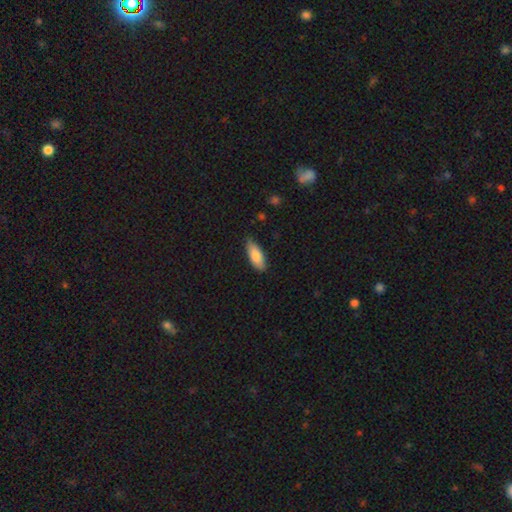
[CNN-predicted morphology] Q: Smooth or featured?
A: smooth (83%); runner-up: featured or disk (11%)
Q: How rounded?
A: in between (75%); runner-up: cigar-shaped (23%)
Q: Merging?
A: none (80%); runner-up: minor disturbance (17%)